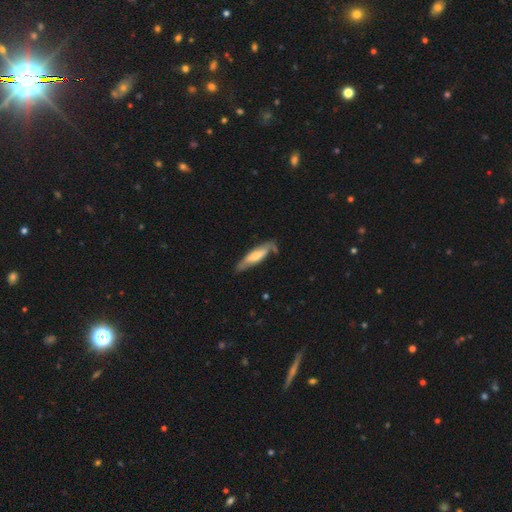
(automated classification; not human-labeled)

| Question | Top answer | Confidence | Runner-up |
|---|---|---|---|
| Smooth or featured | featured or disk | 51% | smooth (44%) |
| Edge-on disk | yes | 55% | no (45%) |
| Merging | none | 69% | minor disturbance (21%) |